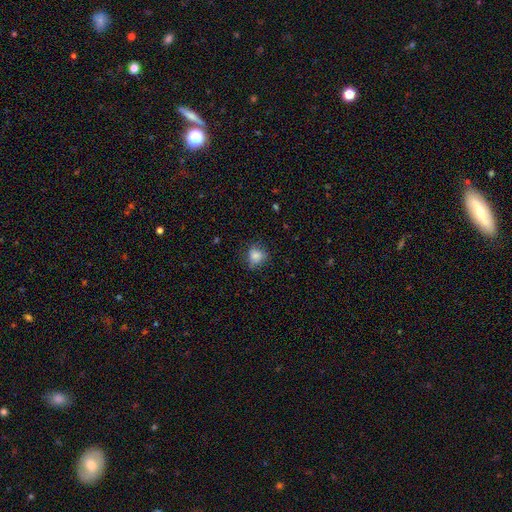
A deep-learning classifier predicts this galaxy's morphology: The model was most divided on "merging": none: 68%, minor disturbance: 24%, major disturbance: 8%, merger: 1%. More confident: smooth or featured — smooth (80%); how rounded — round (73%).